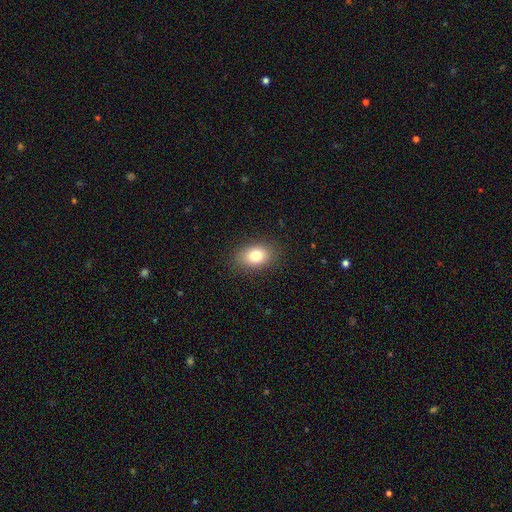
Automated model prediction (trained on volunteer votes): smooth-or-featured: smooth: 80% | featured or disk: 10% | star or artifact: 9%
  how-rounded: in between: 82% | round: 17% | cigar-shaped: 1%
  merging: none: 87% | minor disturbance: 10% | major disturbance: 3% | merger: 1%